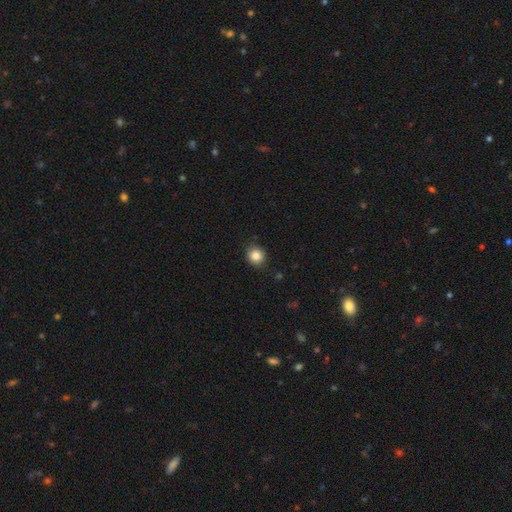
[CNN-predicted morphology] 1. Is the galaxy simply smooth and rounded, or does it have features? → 85% smooth, 10% star or artifact, 5% featured or disk.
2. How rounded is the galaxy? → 88% round, 11% in between, 1% cigar-shaped.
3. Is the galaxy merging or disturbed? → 88% none, 9% minor disturbance, 2% major disturbance, 1% merger.